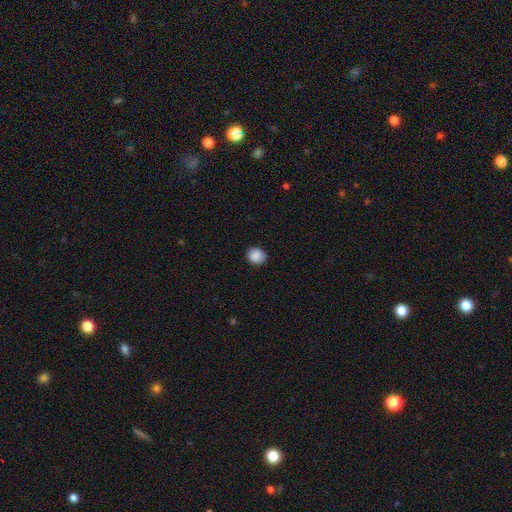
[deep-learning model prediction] Q: Smooth or featured?
A: smooth (89%); runner-up: star or artifact (9%)
Q: How rounded?
A: round (85%); runner-up: in between (14%)
Q: Merging?
A: none (91%); runner-up: minor disturbance (6%)